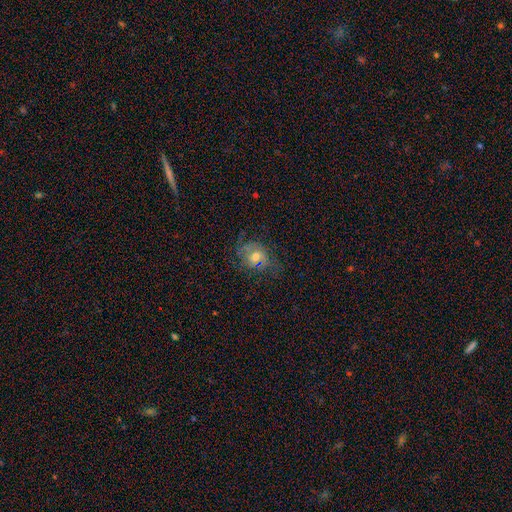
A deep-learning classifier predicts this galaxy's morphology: smooth 47%, featured or disk 34%, star or artifact 19%. Down the decision tree: merging — none (64%).